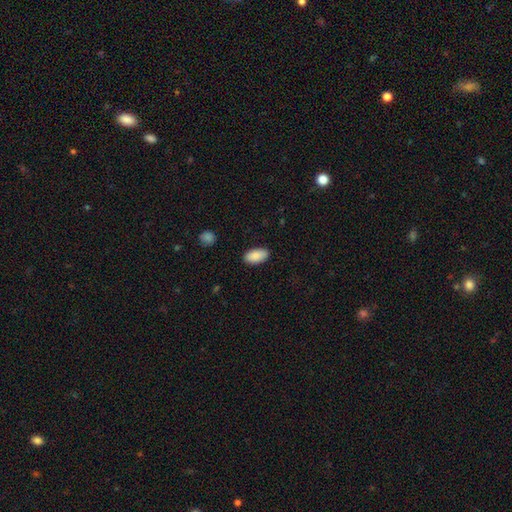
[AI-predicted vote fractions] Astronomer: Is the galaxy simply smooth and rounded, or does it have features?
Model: smooth — 90%.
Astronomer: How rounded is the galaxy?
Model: in between — 95%.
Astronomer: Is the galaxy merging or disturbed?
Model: none — 88%.